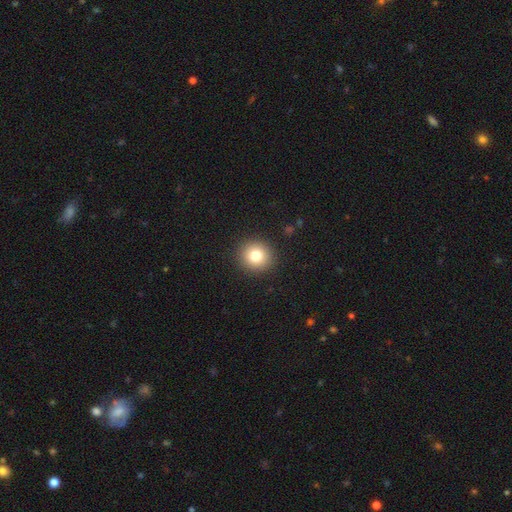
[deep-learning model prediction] smooth-or-featured: smooth: 79% | star or artifact: 11% | featured or disk: 9%
  how-rounded: round: 91% | in between: 8% | cigar-shaped: 1%
  merging: none: 92% | minor disturbance: 5% | major disturbance: 2% | merger: 1%